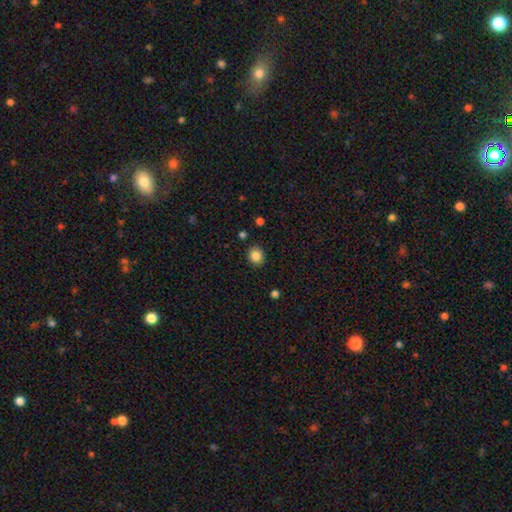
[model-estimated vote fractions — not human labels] Smooth or featured? smooth (85%)
How rounded? round (80%)
Merging? none (89%)